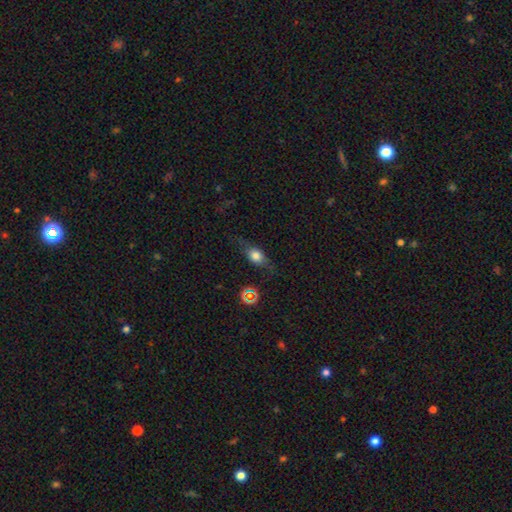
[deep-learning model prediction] The model was most divided on "smooth or featured": smooth: 54%, featured or disk: 33%, star or artifact: 13%. More confident: merging — none (67%); how rounded — in between (55%).